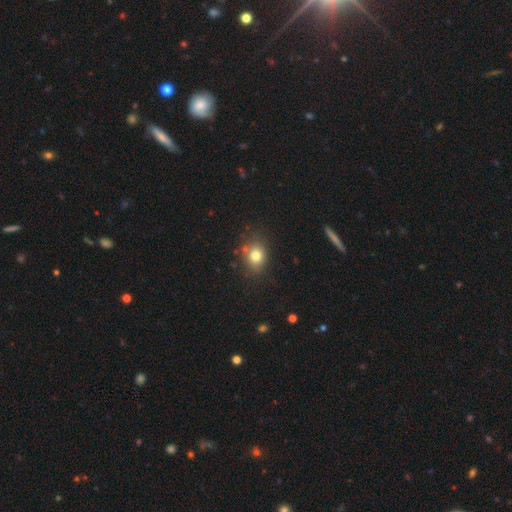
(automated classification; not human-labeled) Overall: smooth (78%). How rounded: round (55%; in between 44%). Merging: none (76%).